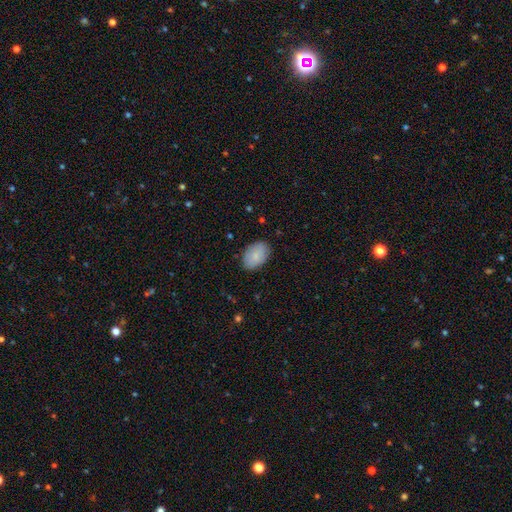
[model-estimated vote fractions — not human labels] smooth_or_featured: smooth (p=0.85) [alt: featured or disk p=0.09]
how_rounded: in between (p=0.89) [alt: round p=0.10]
merging: none (p=0.85) [alt: minor disturbance p=0.11]